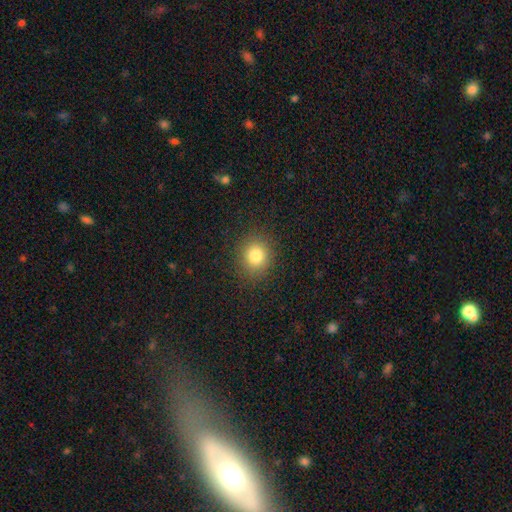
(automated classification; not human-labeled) Q: Smooth or featured?
A: smooth (82%); runner-up: star or artifact (12%)
Q: How rounded?
A: round (79%); runner-up: in between (20%)
Q: Merging?
A: none (88%); runner-up: minor disturbance (8%)